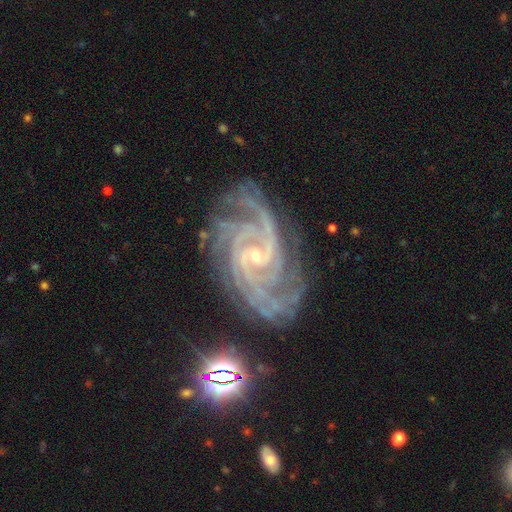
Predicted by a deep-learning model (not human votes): Smooth or featured? Predicted: featured or disk (p=0.92). Edge-on disk? Predicted: no (p=0.97). Bar? Predicted: weak (p=0.42). Spiral arms? Predicted: yes (p=0.99). Spiral winding? Predicted: tight (p=0.63). Spiral arm count? Predicted: 4 (p=0.24). Bulge size? Predicted: small (p=0.80). Merging? Predicted: none (p=0.75).